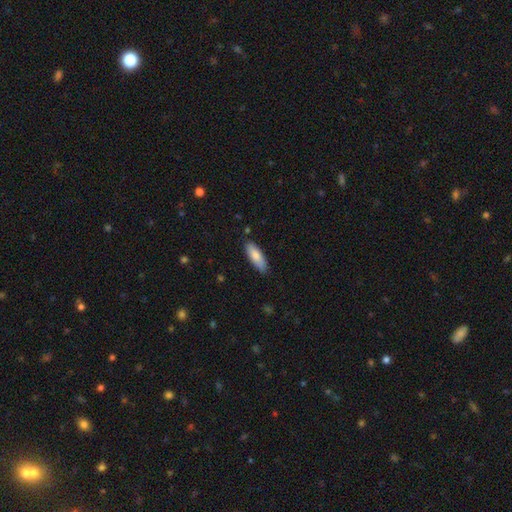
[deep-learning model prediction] smooth 81%, featured or disk 13%, star or artifact 6%. Down the decision tree: how rounded — in between (65%); merging — none (84%).